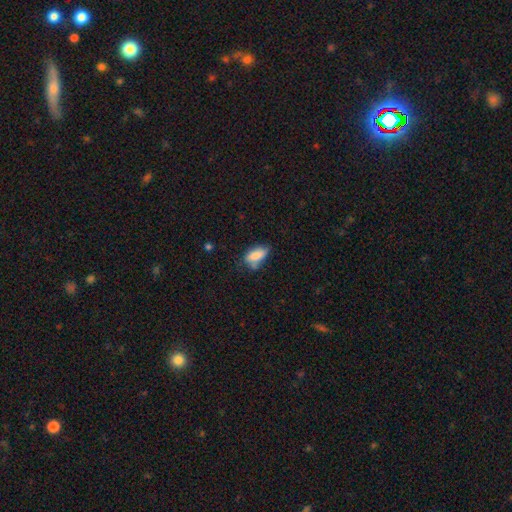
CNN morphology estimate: A smooth galaxy with no disk features (79%) that is in between round and cigar-shaped (85%). Merging: none (45%).